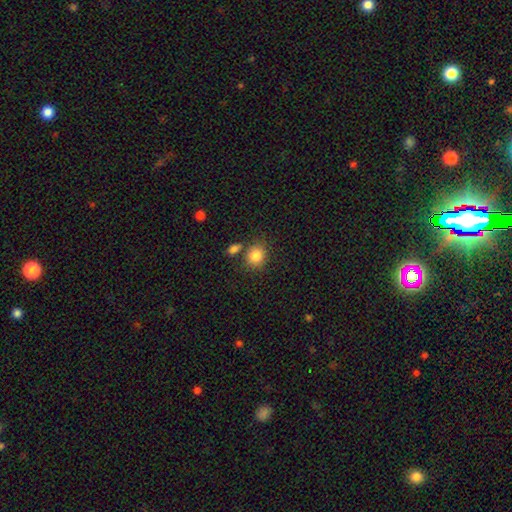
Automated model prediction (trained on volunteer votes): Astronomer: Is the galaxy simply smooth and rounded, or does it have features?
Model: smooth — 85%.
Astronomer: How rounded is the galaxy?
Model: round — 71%.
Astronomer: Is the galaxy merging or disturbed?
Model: none — 70%.